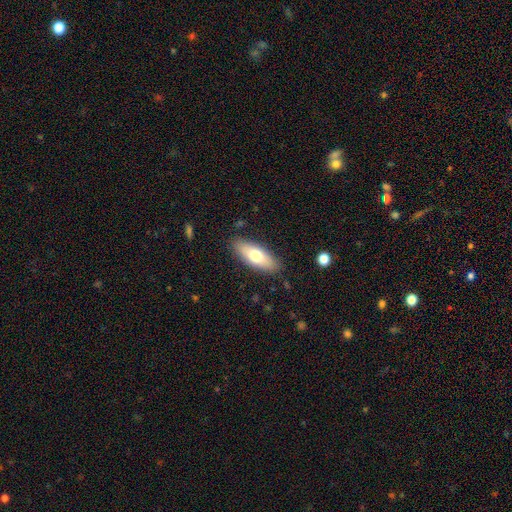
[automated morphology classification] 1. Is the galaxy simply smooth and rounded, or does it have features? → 70% smooth, 24% featured or disk, 6% star or artifact.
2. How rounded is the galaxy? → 71% in between, 27% cigar-shaped, 2% round.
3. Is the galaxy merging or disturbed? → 86% none, 10% minor disturbance, 2% major disturbance, 1% merger.